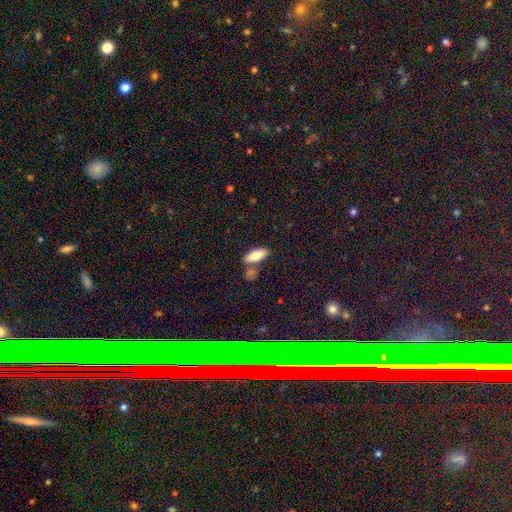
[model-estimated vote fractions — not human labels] The model was most divided on "how rounded": in between: 75%, cigar-shaped: 22%, round: 3%. More confident: smooth or featured — smooth (74%); merging — none (71%).